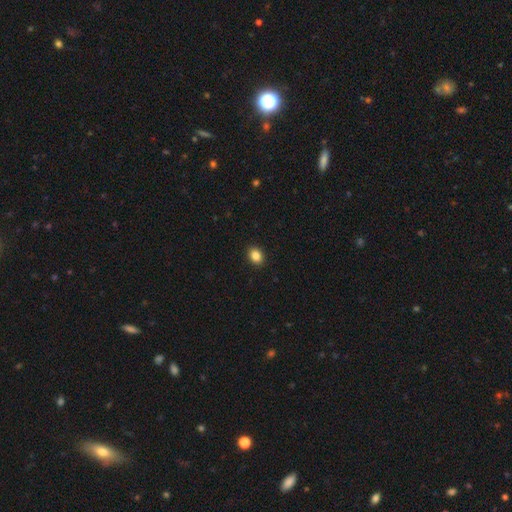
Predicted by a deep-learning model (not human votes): A smooth galaxy with no disk features (86%) that is in between round and cigar-shaped (53%). Merging: none (92%).